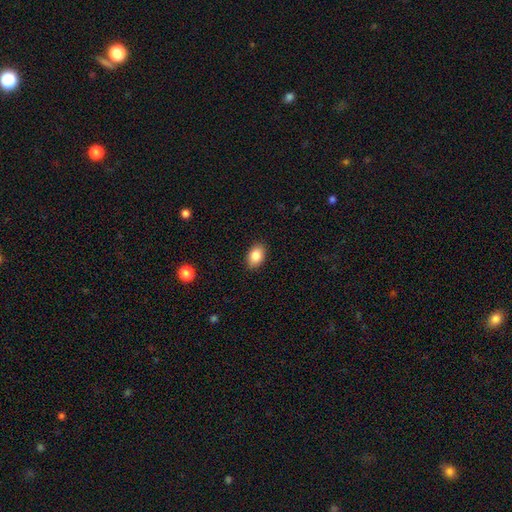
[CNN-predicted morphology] type=smooth (86%); roundness=in between (87%); merging=none (89%).